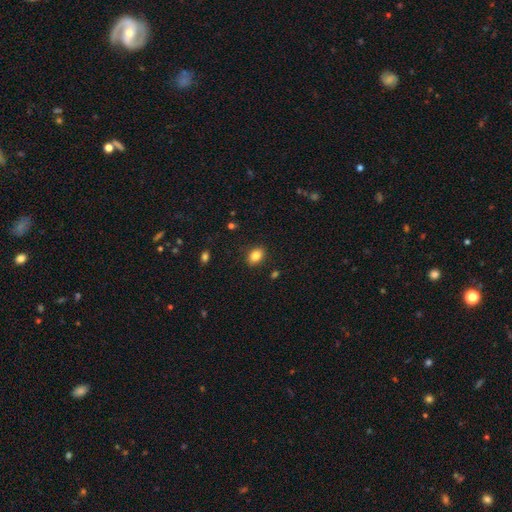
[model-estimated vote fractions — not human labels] A smooth galaxy with no disk features (83%) that is in between round and cigar-shaped (78%).

Vote fractions:
- Smooth or featured? smooth: 83% / star or artifact: 9% / featured or disk: 7%
- How rounded? in between: 78% / round: 21% / cigar-shaped: 1%
- Merging? none: 87% / minor disturbance: 9% / major disturbance: 2% / merger: 1%